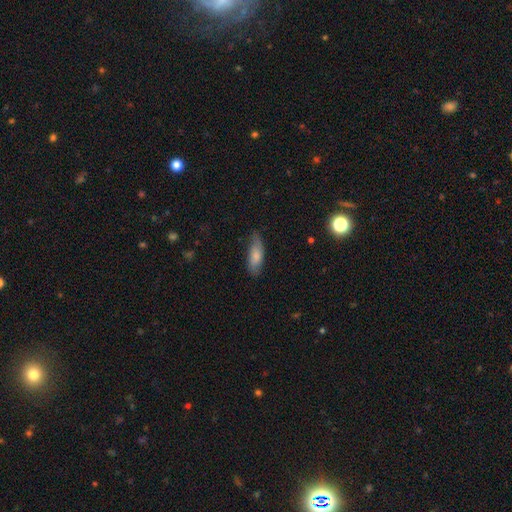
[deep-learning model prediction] Smooth or featured? smooth (71%)
How rounded? in between (70%)
Merging? none (70%)